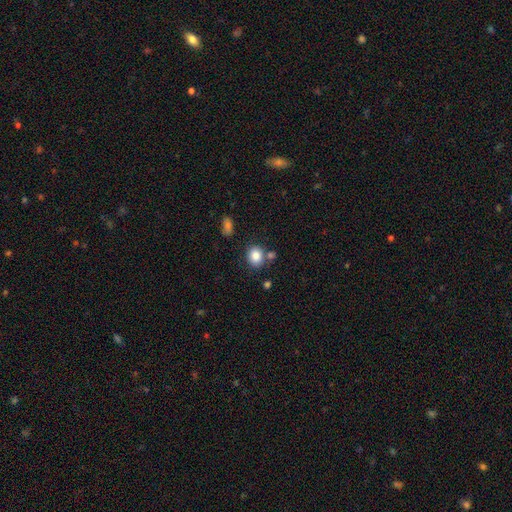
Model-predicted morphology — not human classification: A smooth galaxy with no disk features (85%) that is round (63%).

Vote fractions:
- Smooth or featured? smooth: 85% / star or artifact: 9% / featured or disk: 6%
- How rounded? round: 63% / in between: 36% / cigar-shaped: 1%
- Merging? none: 71% / merger: 13% / minor disturbance: 12% / major disturbance: 4%